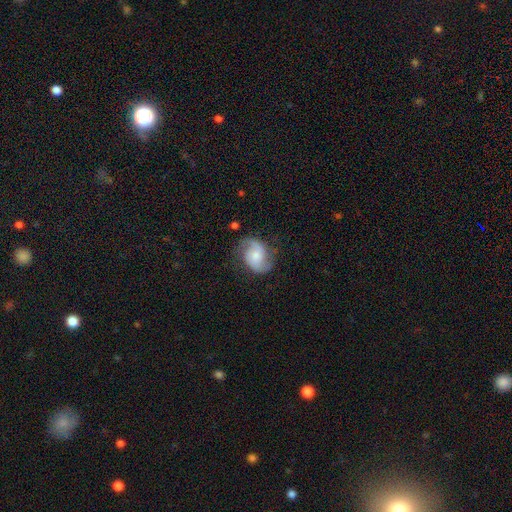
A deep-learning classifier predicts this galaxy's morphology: featured or disk 76%, smooth 18%, star or artifact 6%. Down the decision tree: edge-on disk — no (98%); bar — no (59%); spiral arms — yes (95%); spiral arm count — 2 (89%); spiral winding — medium (48%); bulge size — small (43%); merging — none (72%).